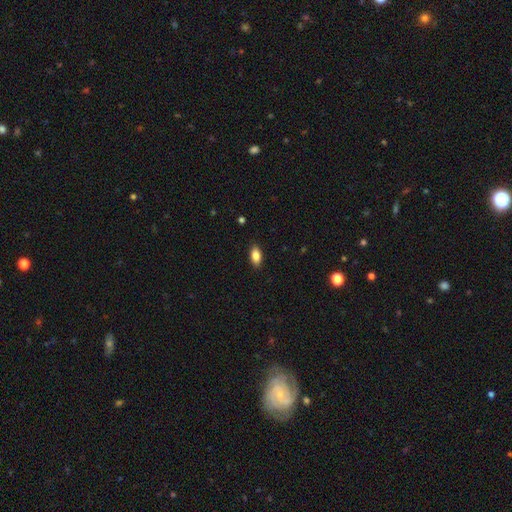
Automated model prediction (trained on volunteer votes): smooth 86%, star or artifact 8%, featured or disk 6%. Down the decision tree: how rounded — in between (90%); merging — none (88%).